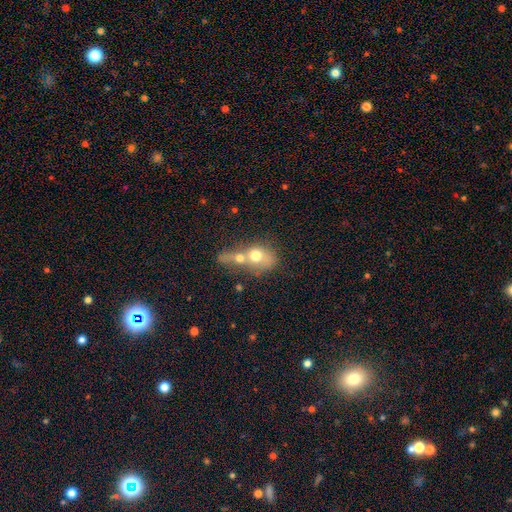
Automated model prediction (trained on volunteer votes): The model was most divided on "how rounded": round: 51%, in between: 46%, cigar-shaped: 3%. More confident: merging — merger (74%); smooth or featured — smooth (63%).